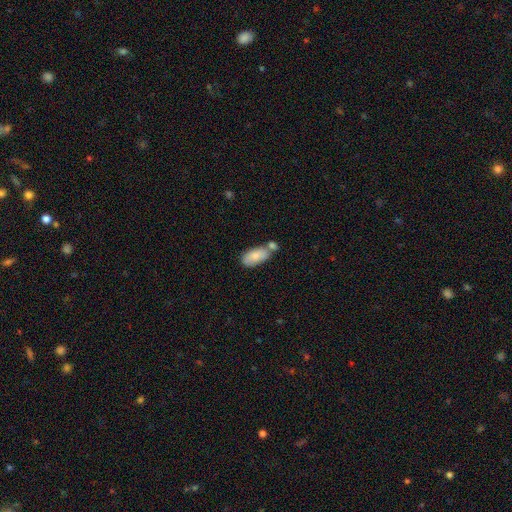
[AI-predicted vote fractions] Smooth or featured?
  - smooth: 80% *
  - featured or disk: 14%
  - star or artifact: 7%
How rounded?
  - in between: 90% *
  - cigar-shaped: 7%
  - round: 3%
Merging?
  - none: 46% *
  - merger: 34%
  - minor disturbance: 16%
  - major disturbance: 4%